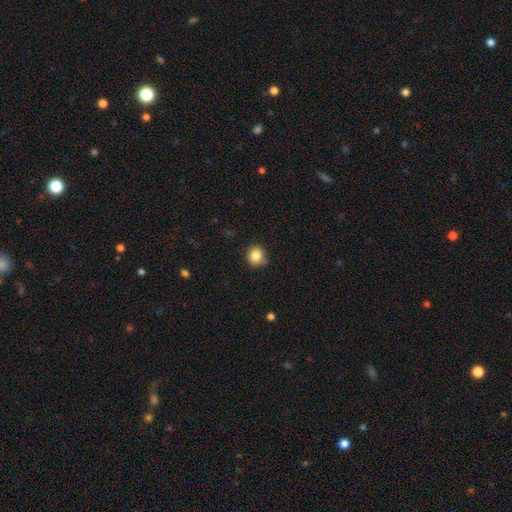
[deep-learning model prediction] smooth-or-featured: smooth: 83% | star or artifact: 11% | featured or disk: 6%
  how-rounded: round: 88% | in between: 11% | cigar-shaped: 1%
  merging: none: 76% | minor disturbance: 18% | major disturbance: 3% | merger: 3%